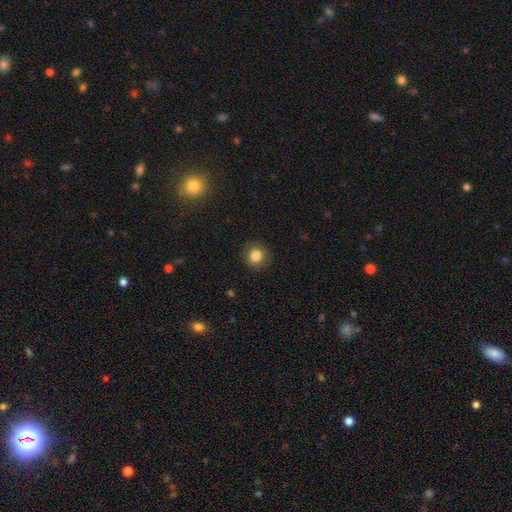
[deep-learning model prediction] Smooth or featured? smooth (83%)
How rounded? round (88%)
Merging? none (88%)